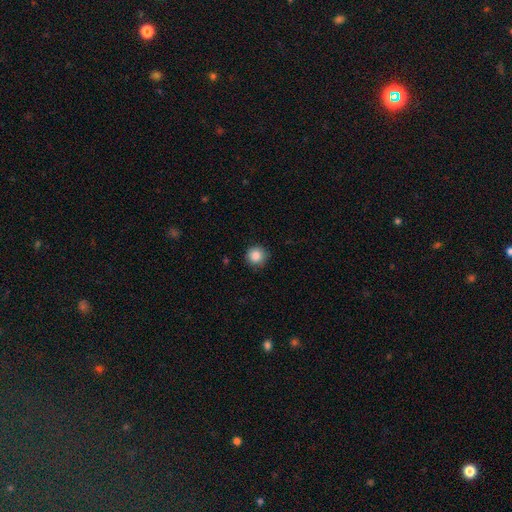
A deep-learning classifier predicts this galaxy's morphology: Smooth or featured: smooth — 86% (star or artifact — 9%)
How rounded: round — 95% (in between — 4%)
Merging: none — 88% (minor disturbance — 9%)